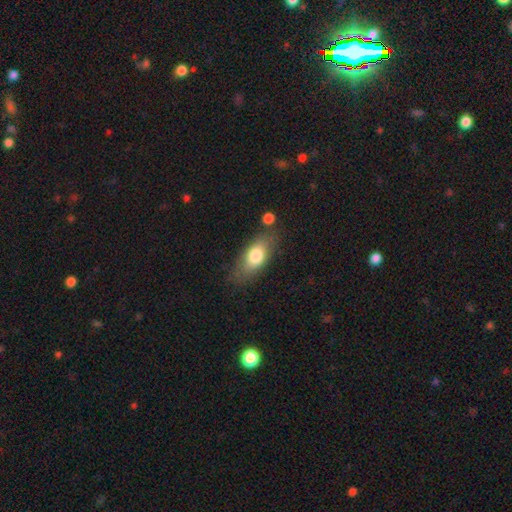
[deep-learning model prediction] Smooth or featured?
  - smooth: 74% *
  - featured or disk: 19%
  - star or artifact: 7%
How rounded?
  - in between: 80% *
  - cigar-shaped: 15%
  - round: 6%
Merging?
  - none: 70% *
  - minor disturbance: 18%
  - merger: 7%
  - major disturbance: 6%